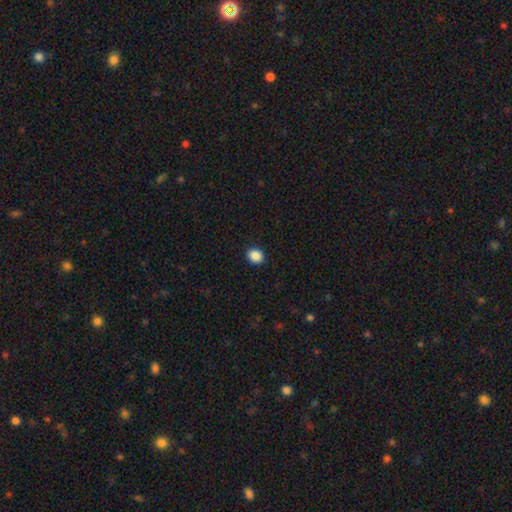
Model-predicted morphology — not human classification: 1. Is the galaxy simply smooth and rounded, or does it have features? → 89% smooth, 9% star or artifact, 2% featured or disk.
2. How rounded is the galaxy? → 67% round, 33% in between, 1% cigar-shaped.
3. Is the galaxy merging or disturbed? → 91% none, 6% minor disturbance, 2% major disturbance, 1% merger.